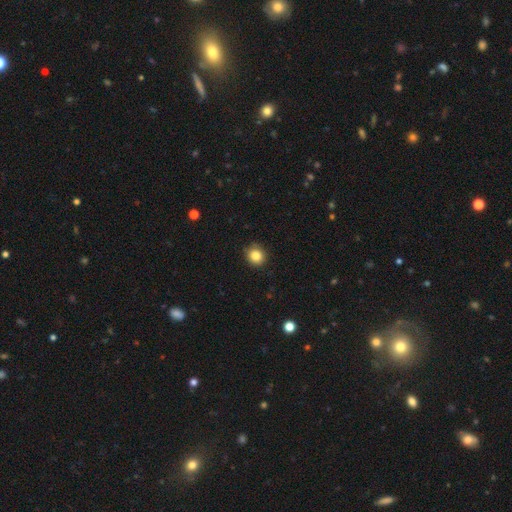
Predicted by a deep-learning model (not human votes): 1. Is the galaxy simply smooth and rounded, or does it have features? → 85% smooth, 10% star or artifact, 5% featured or disk.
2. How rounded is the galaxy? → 84% round, 15% in between, 1% cigar-shaped.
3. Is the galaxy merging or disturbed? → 85% none, 11% minor disturbance, 2% major disturbance, 1% merger.